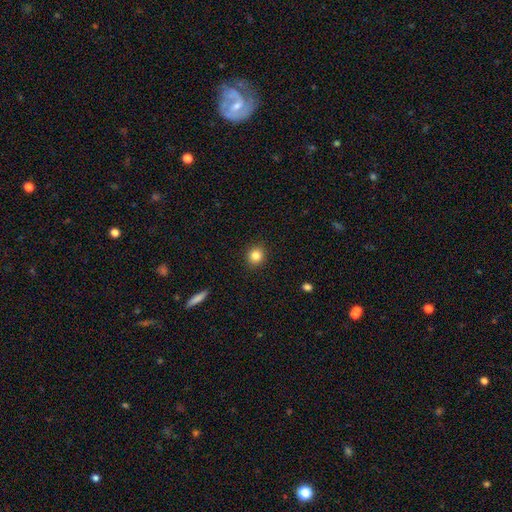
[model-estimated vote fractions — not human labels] smooth 83%, star or artifact 12%, featured or disk 6%. Down the decision tree: how rounded — round (89%); merging — none (92%).